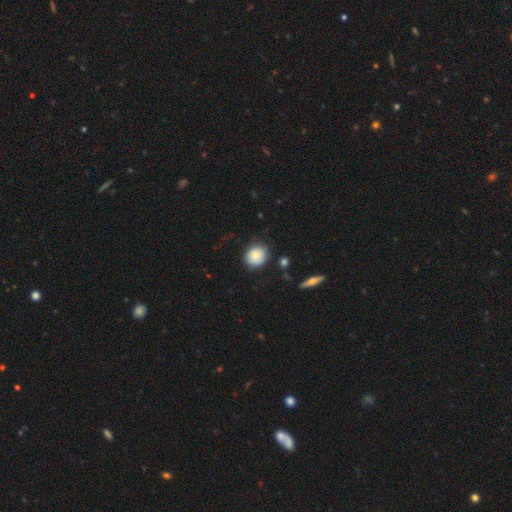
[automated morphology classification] Q: Smooth or featured?
A: smooth (77%); runner-up: featured or disk (15%)
Q: How rounded?
A: round (70%); runner-up: in between (29%)
Q: Merging?
A: none (67%); runner-up: minor disturbance (23%)